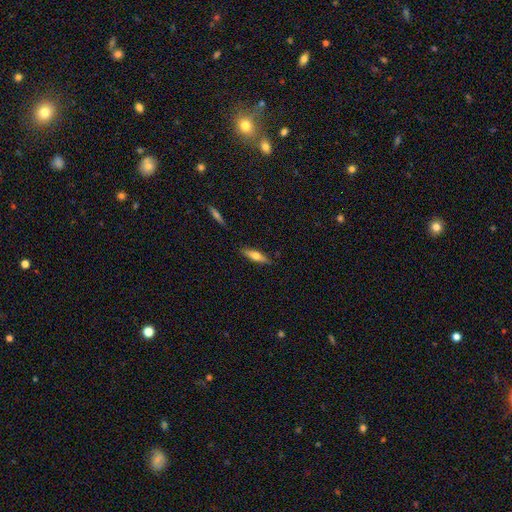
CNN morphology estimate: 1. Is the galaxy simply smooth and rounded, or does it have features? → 55% smooth, 38% featured or disk, 7% star or artifact.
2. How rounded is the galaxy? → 65% cigar-shaped, 32% in between, 2% round.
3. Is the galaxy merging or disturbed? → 85% none, 11% minor disturbance, 2% major disturbance, 2% merger.